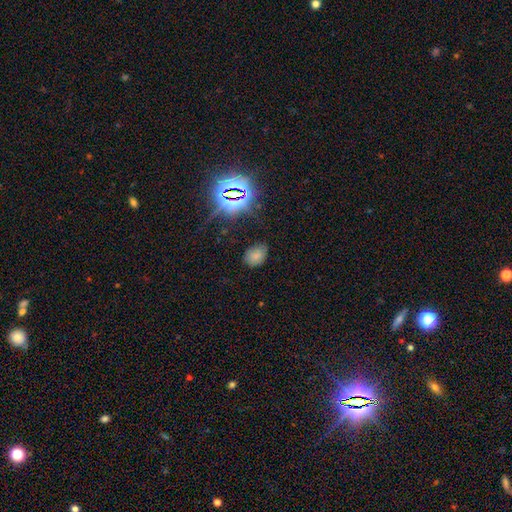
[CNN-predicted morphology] Smooth or featured? Predicted: smooth (p=0.69). How rounded? Predicted: in between (p=0.70). Merging? Predicted: none (p=0.75).